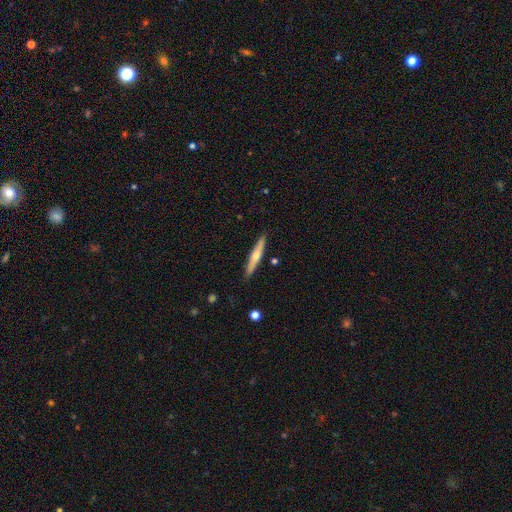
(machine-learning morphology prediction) This appears to be a featured or disk galaxy (57%) viewed edge-on (95%) with a rounded central bulge (84%). Merging: none (90%).